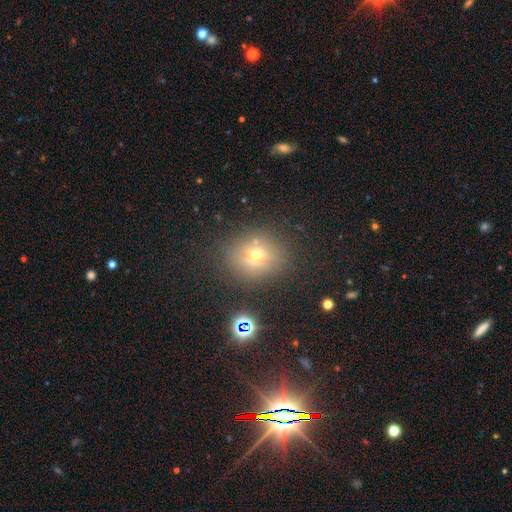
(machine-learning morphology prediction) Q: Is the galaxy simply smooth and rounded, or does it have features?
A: smooth — 49%.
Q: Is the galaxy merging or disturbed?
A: none — 79%.